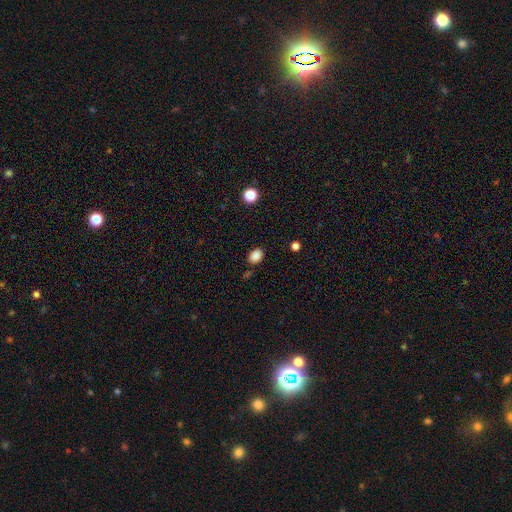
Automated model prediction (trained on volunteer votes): smooth 86%, star or artifact 11%, featured or disk 3%. Down the decision tree: how rounded — in between (67%); merging — none (82%).